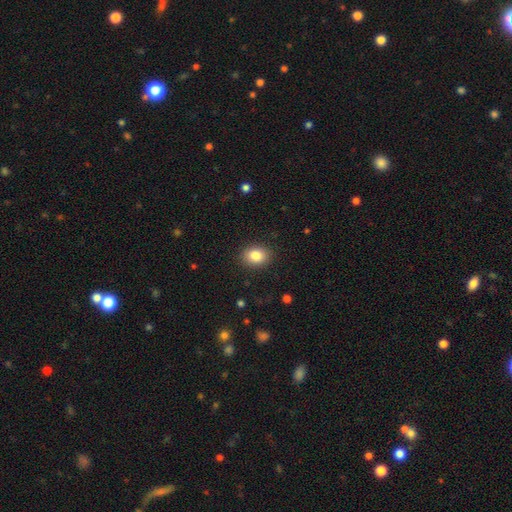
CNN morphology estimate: Smooth or featured: smooth — 85% (star or artifact — 9%)
How rounded: in between — 62% (round — 37%)
Merging: none — 89% (minor disturbance — 8%)